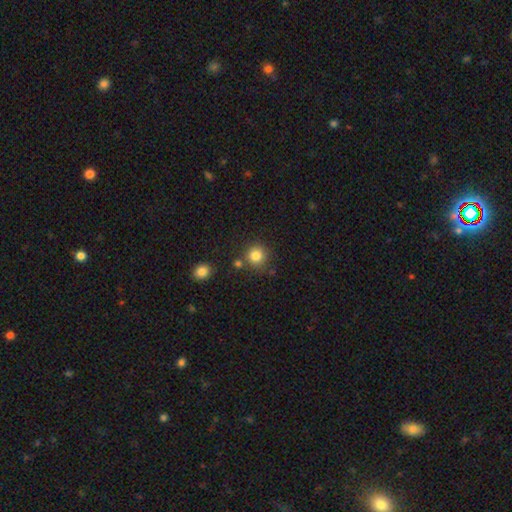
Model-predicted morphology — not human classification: Smooth or featured?
  - smooth: 84% *
  - star or artifact: 11%
  - featured or disk: 5%
How rounded?
  - round: 92% *
  - in between: 7%
  - cigar-shaped: 1%
Merging?
  - none: 78% *
  - merger: 9%
  - minor disturbance: 9%
  - major disturbance: 3%